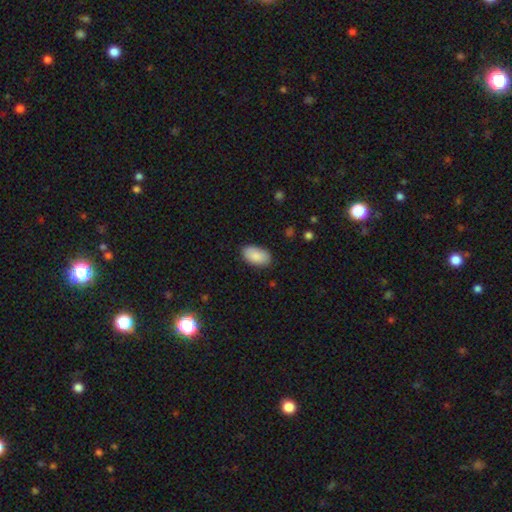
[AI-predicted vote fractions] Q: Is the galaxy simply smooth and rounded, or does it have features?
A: smooth — 88%.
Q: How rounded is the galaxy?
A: in between — 95%.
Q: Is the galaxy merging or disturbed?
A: none — 84%.